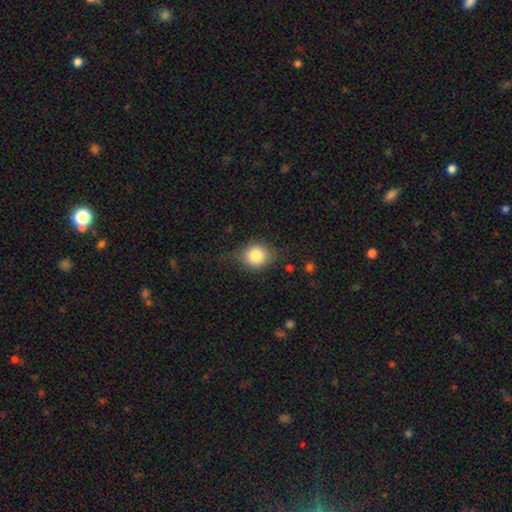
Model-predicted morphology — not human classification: This is clearly a smooth galaxy (80%). How rounded: likely round (73%). Merging: likely none (67%).